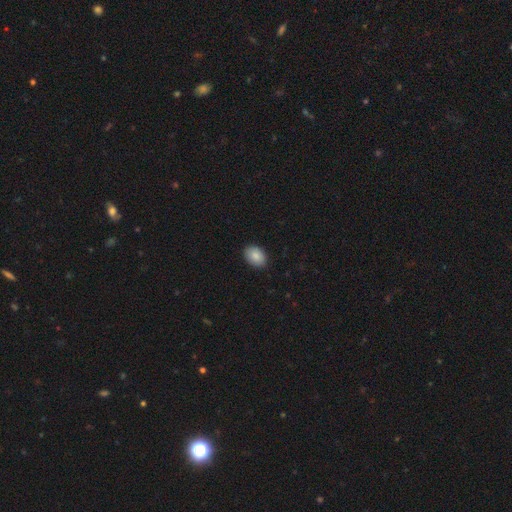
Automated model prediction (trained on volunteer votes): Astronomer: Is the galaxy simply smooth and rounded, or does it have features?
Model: smooth — 88%.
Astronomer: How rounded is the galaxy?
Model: in between — 79%.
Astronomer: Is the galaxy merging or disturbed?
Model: none — 89%.